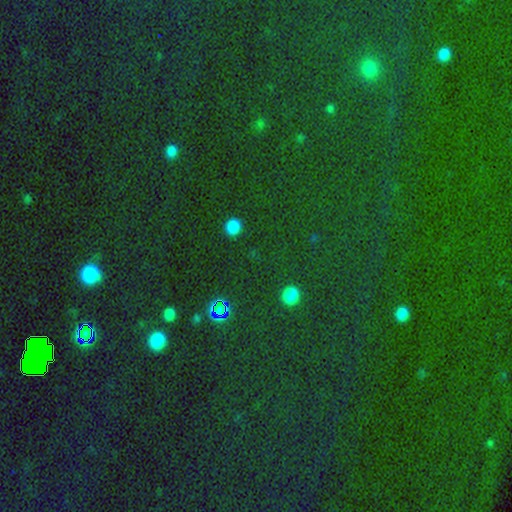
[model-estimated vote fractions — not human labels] This appears to be a star or artifact, not a galaxy (78%).